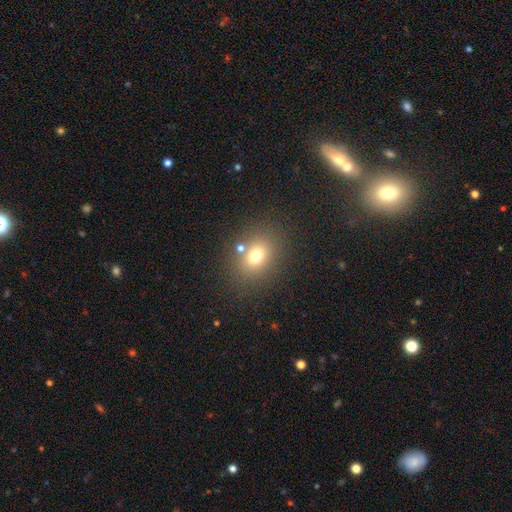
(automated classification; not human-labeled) Q: Smooth or featured?
A: smooth (72%); runner-up: star or artifact (16%)
Q: How rounded?
A: in between (50%); runner-up: round (49%)
Q: Merging?
A: none (77%); runner-up: minor disturbance (10%)